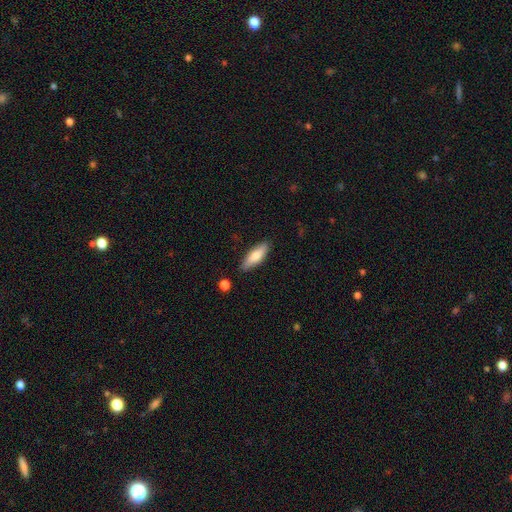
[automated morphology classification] smooth 73%, featured or disk 21%, star or artifact 6%. Down the decision tree: how rounded — in between (52%); merging — none (84%).